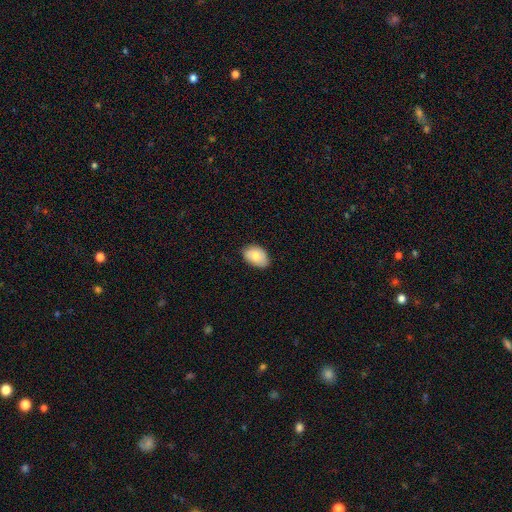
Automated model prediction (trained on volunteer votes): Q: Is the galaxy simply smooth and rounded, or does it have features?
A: smooth — 76%.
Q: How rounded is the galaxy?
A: in between — 86%.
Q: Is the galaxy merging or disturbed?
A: none — 80%.